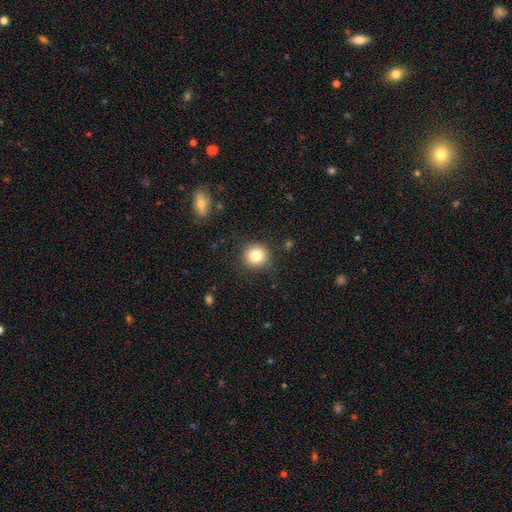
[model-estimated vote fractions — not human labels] smooth_or_featured: smooth (p=0.81) [alt: star or artifact p=0.11]
how_rounded: round (p=0.91) [alt: in between p=0.08]
merging: none (p=0.85) [alt: minor disturbance p=0.11]